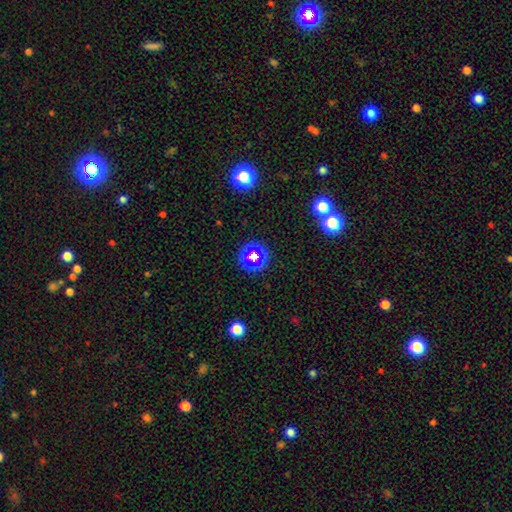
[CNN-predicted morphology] Smooth or featured?
  - smooth: 50% *
  - star or artifact: 39%
  - featured or disk: 11%
How rounded?
  - round: 90% *
  - in between: 8%
  - cigar-shaped: 1%
Merging?
  - none: 84% *
  - minor disturbance: 8%
  - major disturbance: 4%
  - merger: 3%